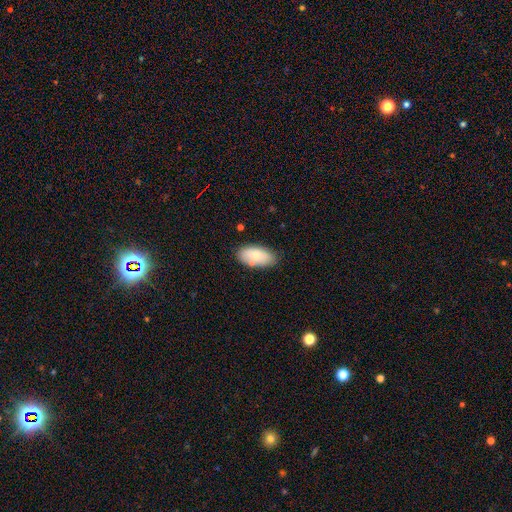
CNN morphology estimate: This is likely a smooth galaxy (77%). How rounded: clearly in between (94%). Merging: likely none (75%).